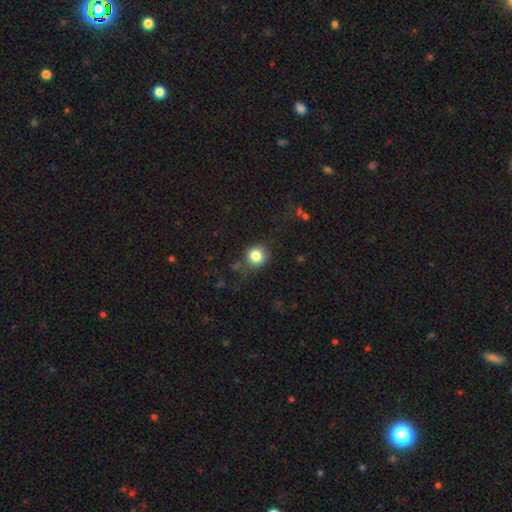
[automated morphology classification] smooth_or_featured: smooth (p=0.82) [alt: star or artifact p=0.11]
how_rounded: round (p=0.89) [alt: in between p=0.10]
merging: none (p=0.77) [alt: minor disturbance p=0.14]